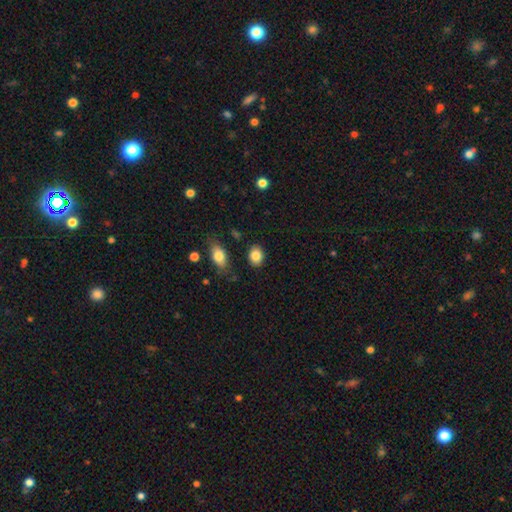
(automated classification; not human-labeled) This is clearly a smooth galaxy (85%). How rounded: possibly in between (59%). Merging: clearly none (85%).